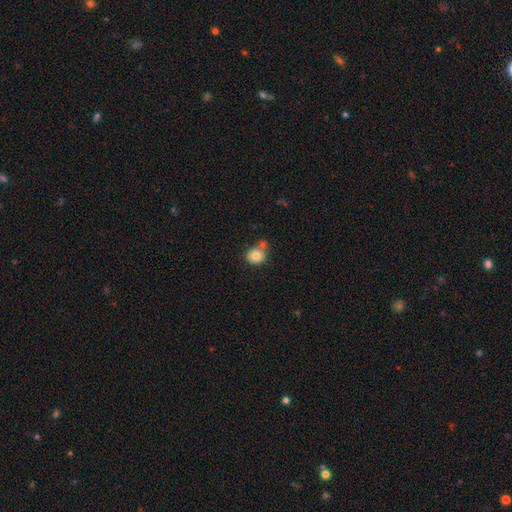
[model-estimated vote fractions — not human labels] Overall: smooth (80%). How rounded: round (79%). Merging: none (54%; merger 28%).